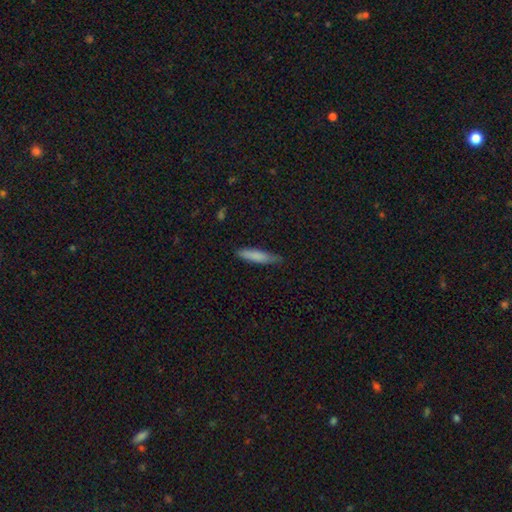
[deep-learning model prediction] smooth_or_featured: smooth (p=0.81) [alt: featured or disk p=0.13]
how_rounded: cigar-shaped (p=0.81) [alt: in between p=0.18]
merging: none (p=0.72) [alt: minor disturbance p=0.23]